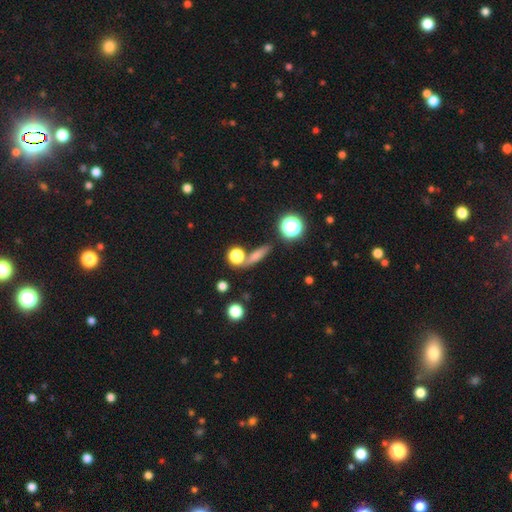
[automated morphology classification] This appears to be a smooth galaxy with no disk features (66%) that is cigar-shaped (52%). Merging: none (70%).